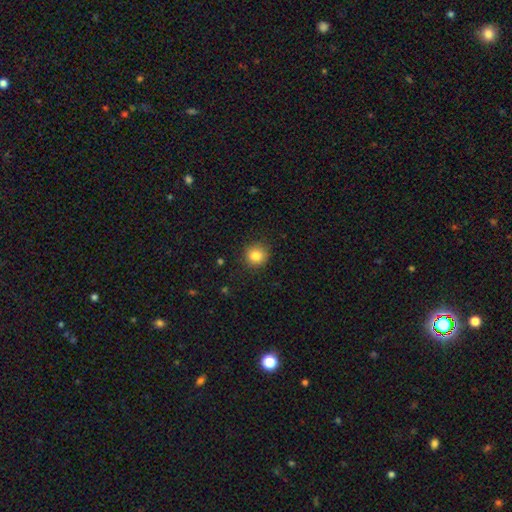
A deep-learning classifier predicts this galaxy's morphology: A smooth galaxy with no disk features (84%) that is round (90%). Merging: none (88%).